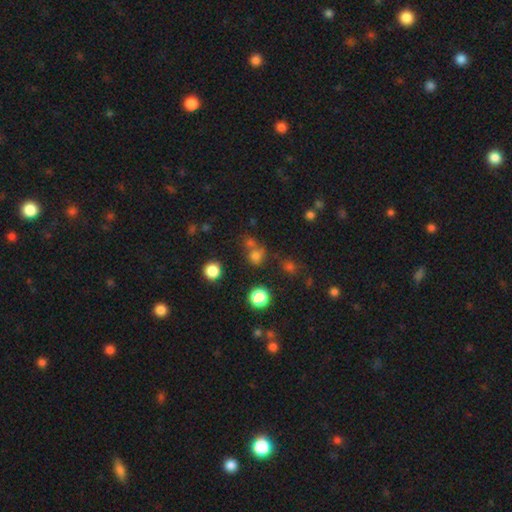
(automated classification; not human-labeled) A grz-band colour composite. It shows a smooth galaxy with no disk features (67%) that is round (78%). Merging: none (56%).